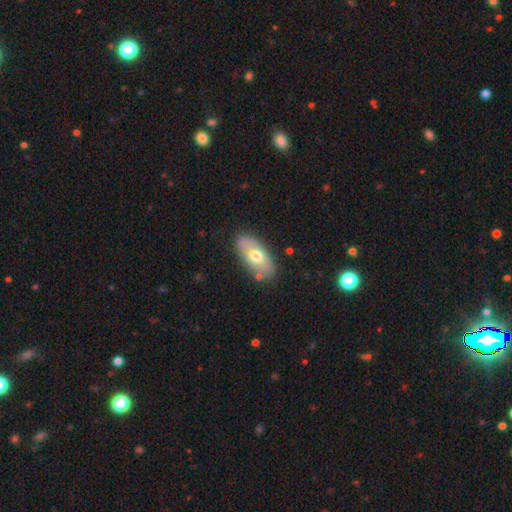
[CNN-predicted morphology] This is likely a smooth galaxy (62%). How rounded: clearly in between (91%). Merging: clearly none (80%).